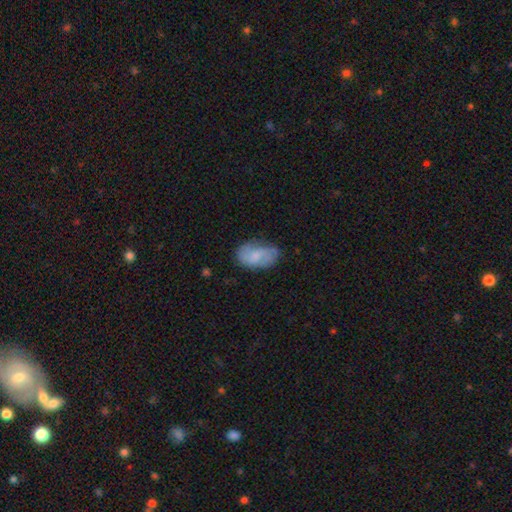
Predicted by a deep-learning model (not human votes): smooth 57%, featured or disk 36%, star or artifact 7%. Down the decision tree: how rounded — in between (91%); merging — none (62%).